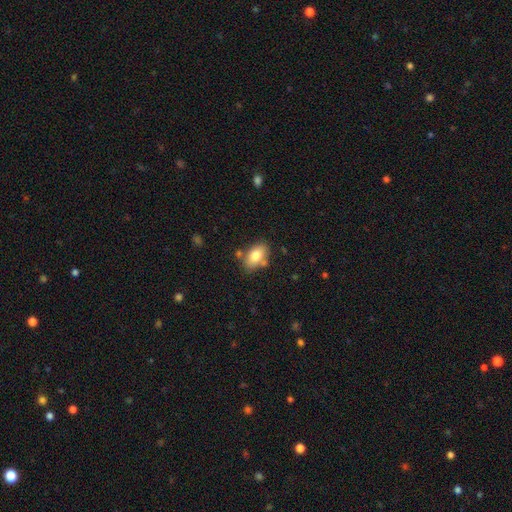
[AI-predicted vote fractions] A smooth galaxy with no disk features (77%) that is in between round and cigar-shaped (88%). Merging: none (71%).